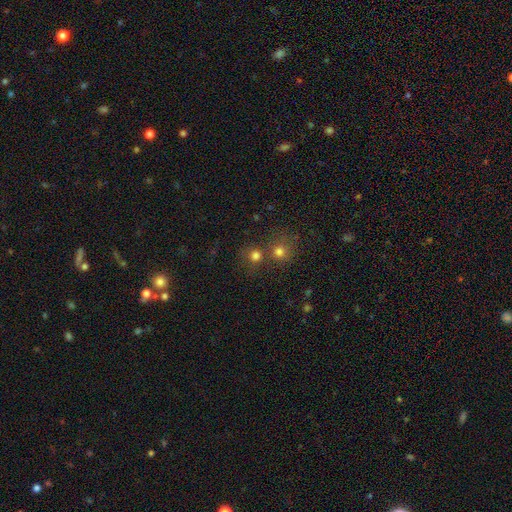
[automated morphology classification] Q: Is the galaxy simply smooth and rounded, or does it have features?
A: smooth — 75%.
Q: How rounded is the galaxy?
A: round — 87%.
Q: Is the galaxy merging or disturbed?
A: none — 56%.